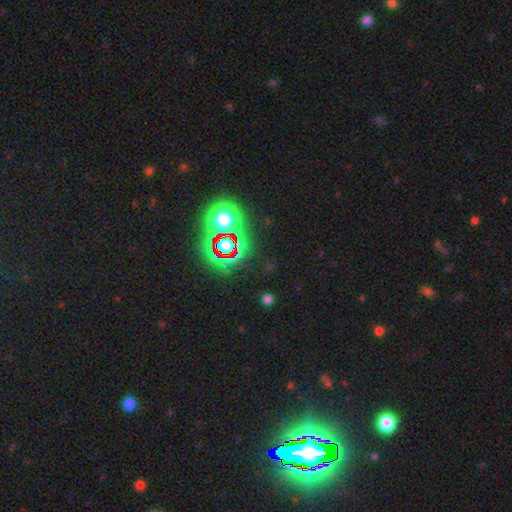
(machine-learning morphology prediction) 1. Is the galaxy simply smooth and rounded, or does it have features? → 75% star or artifact, 14% smooth, 11% featured or disk.